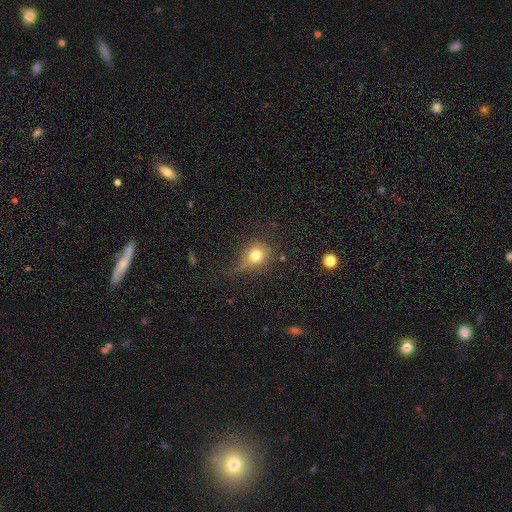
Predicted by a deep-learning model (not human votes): The model was most divided on "merging": none: 50%, minor disturbance: 30%, major disturbance: 17%, merger: 3%. More confident: smooth or featured — smooth (74%); how rounded — round (68%).